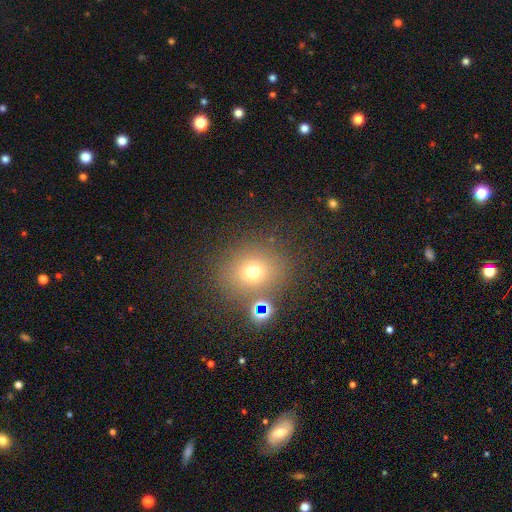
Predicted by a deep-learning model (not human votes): Smooth or featured: smooth — 58% (star or artifact — 30%)
How rounded: round — 76% (in between — 23%)
Merging: none — 75% (merger — 13%)